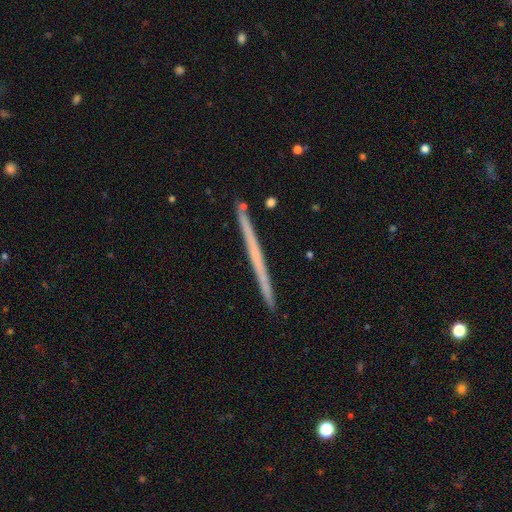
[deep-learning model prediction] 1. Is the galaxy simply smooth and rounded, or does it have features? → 56% featured or disk, 38% smooth, 6% star or artifact.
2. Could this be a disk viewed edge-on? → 98% yes, 2% no.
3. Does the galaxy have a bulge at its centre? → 91% none, 7% rounded, 2% boxy.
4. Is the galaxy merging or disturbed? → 92% none, 6% minor disturbance, 1% merger, 1% major disturbance.